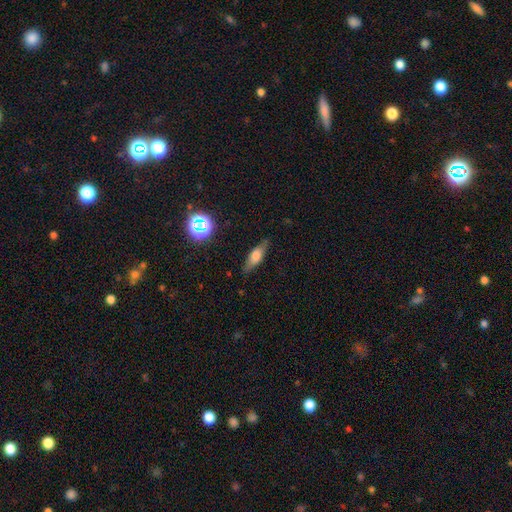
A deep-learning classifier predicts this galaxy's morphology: A smooth galaxy with no disk features (57%) that is in between round and cigar-shaped (54%).

Vote fractions:
- Smooth or featured? smooth: 57% / featured or disk: 33% / star or artifact: 10%
- How rounded? in between: 54% / cigar-shaped: 43% / round: 4%
- Merging? none: 81% / minor disturbance: 14% / major disturbance: 3% / merger: 1%